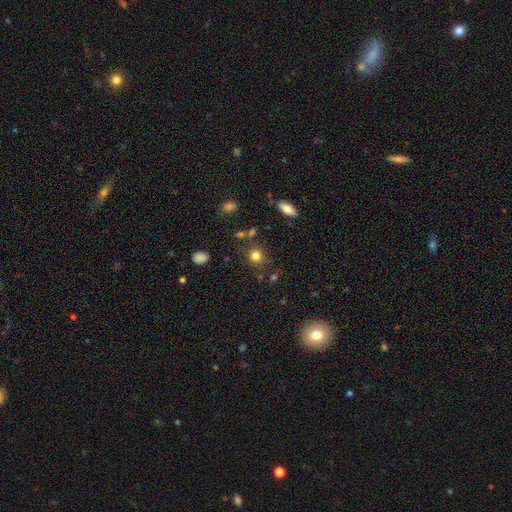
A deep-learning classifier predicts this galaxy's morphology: Smooth or featured? smooth (80%)
How rounded? round (85%)
Merging? none (78%)